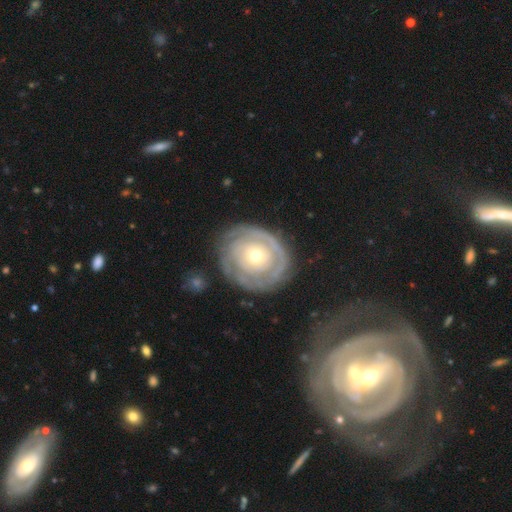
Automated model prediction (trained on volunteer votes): A featured or disk galaxy (75%) with no bar (86%), tight (81%) spiral arms (69%) and a small central bulge (50%).

Vote fractions:
- Smooth or featured? featured or disk: 75% / smooth: 20% / star or artifact: 5%
- Edge-on disk? no: 96% / yes: 4%
- Bar? no: 86% / weak: 11% / strong: 3%
- Spiral arms? yes: 69% / no: 31%
- Spiral winding? tight: 81% / medium: 13% / loose: 6%
- Spiral arm count? can't tell: 50% / 2: 17% / 1: 13% / 3: 10% / 4: 5% / more than 4: 4%
- Bulge size? small: 50% / moderate: 45% / large: 3% / dominant: 1% / none: 1%
- Merging? none: 74% / minor disturbance: 16% / major disturbance: 8% / merger: 2%